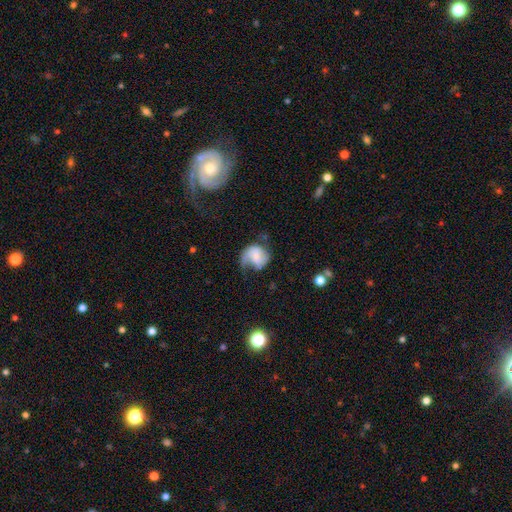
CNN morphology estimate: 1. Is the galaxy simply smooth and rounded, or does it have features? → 53% featured or disk, 39% smooth, 8% star or artifact.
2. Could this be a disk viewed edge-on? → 97% no, 3% yes.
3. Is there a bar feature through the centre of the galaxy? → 43% no, 40% weak, 17% strong.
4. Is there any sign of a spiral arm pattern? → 82% yes, 18% no.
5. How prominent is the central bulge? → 34% none, 33% small, 22% moderate, 8% large, 3% dominant.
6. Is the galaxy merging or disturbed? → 35% none, 32% major disturbance, 29% minor disturbance, 4% merger.